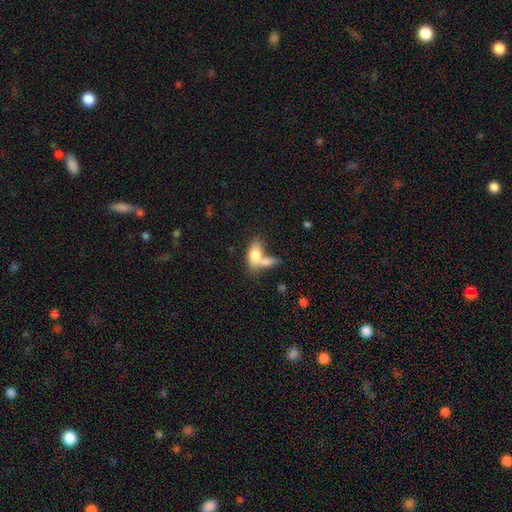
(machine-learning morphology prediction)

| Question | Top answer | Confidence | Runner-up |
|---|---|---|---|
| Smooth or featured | smooth | 77% | featured or disk (16%) |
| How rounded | in between | 86% | cigar-shaped (8%) |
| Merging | merger | 56% | none (27%) |